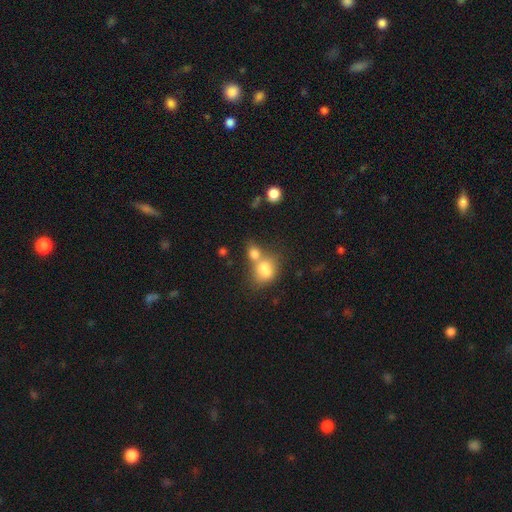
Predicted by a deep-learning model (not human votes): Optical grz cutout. It shows a smooth galaxy with no disk features (73%) that is in between round and cigar-shaped (59%). Merging: merger (49%).